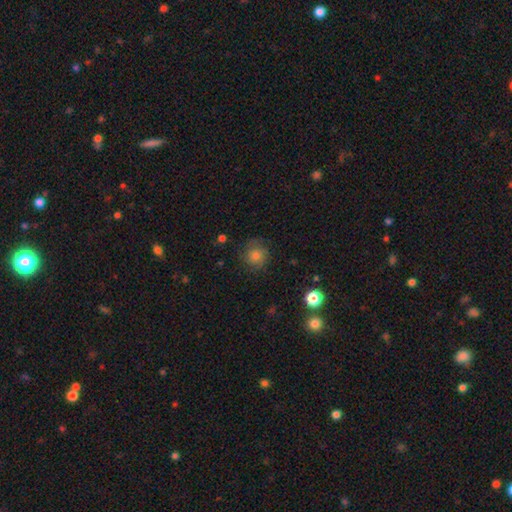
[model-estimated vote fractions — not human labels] Smooth or featured? smooth (64%)
How rounded? round (92%)
Merging? none (80%)